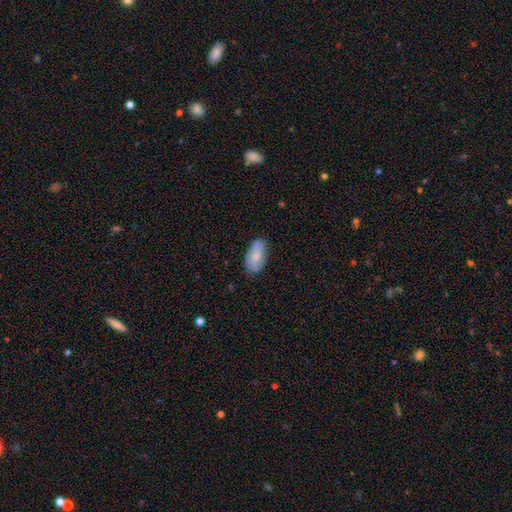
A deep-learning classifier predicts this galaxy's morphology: Smooth or featured? smooth (66%)
How rounded? in between (92%)
Merging? none (73%)